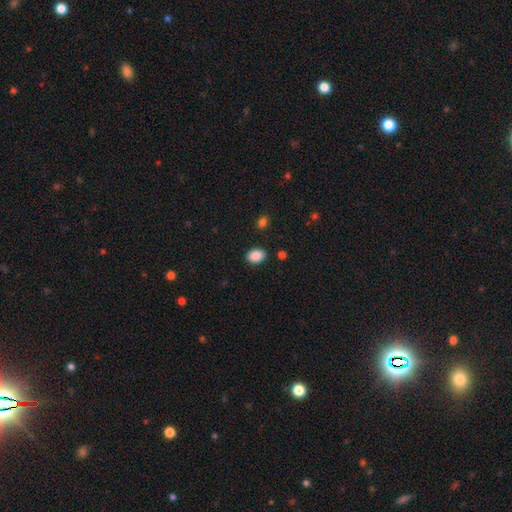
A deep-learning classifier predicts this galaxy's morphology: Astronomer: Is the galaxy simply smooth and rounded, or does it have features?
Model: smooth — 89%.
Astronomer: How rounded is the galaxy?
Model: in between — 79%.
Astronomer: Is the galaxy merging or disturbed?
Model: none — 87%.